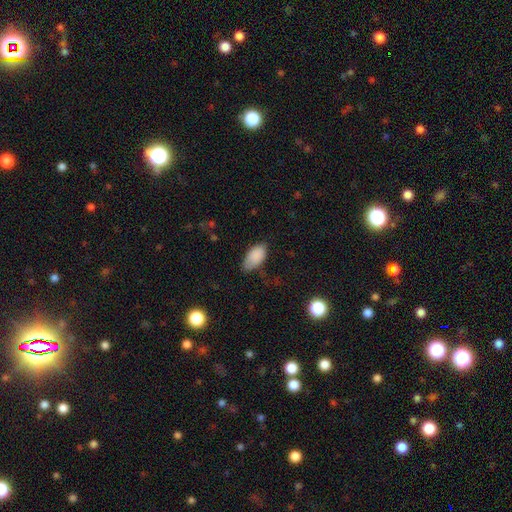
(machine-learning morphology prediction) Q: Smooth or featured?
A: smooth (87%); runner-up: star or artifact (7%)
Q: How rounded?
A: in between (94%); runner-up: cigar-shaped (3%)
Q: Merging?
A: none (62%); runner-up: minor disturbance (30%)